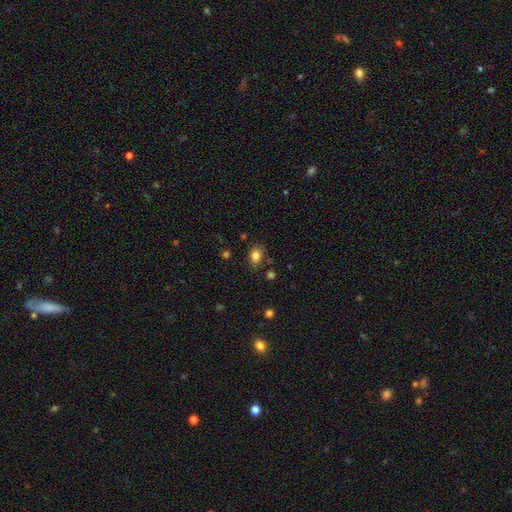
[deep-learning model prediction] Overall: smooth (83%). How rounded: in between (69%; round 30%). Merging: none (81%).